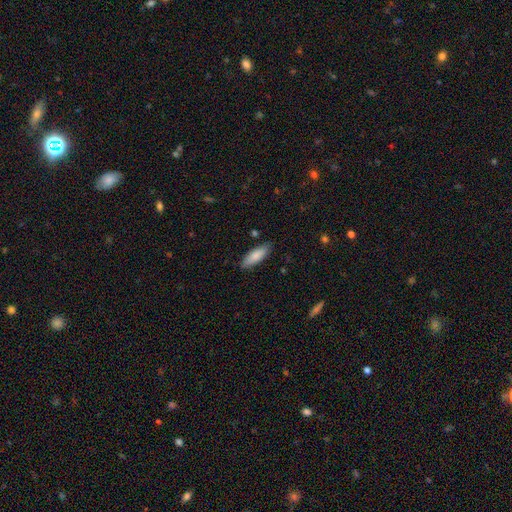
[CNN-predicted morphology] This is clearly a smooth galaxy (83%). How rounded: possibly in between (56%). Merging: clearly none (84%).